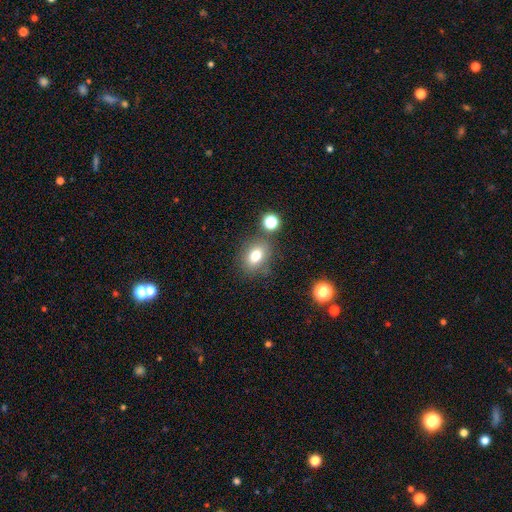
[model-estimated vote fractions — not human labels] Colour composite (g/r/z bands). It shows a smooth galaxy with no disk features (77%) that is in between round and cigar-shaped (65%). Merging: none (73%).